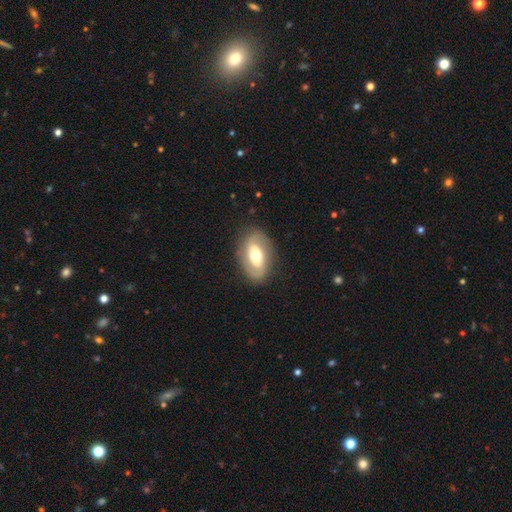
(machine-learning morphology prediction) A featured or disk galaxy (58%) with no bar (41%), spiral arms (58%) and a moderate central bulge (67%).

Vote fractions:
- Smooth or featured? featured or disk: 58% / smooth: 36% / star or artifact: 6%
- Edge-on disk? no: 92% / yes: 8%
- Bar? no: 41% / weak: 34% / strong: 25%
- Spiral arms? yes: 58% / no: 42%
- Bulge size? moderate: 67% / large: 21% / small: 9% / dominant: 2% / none: 1%
- Merging? none: 82% / minor disturbance: 12% / major disturbance: 5% / merger: 1%